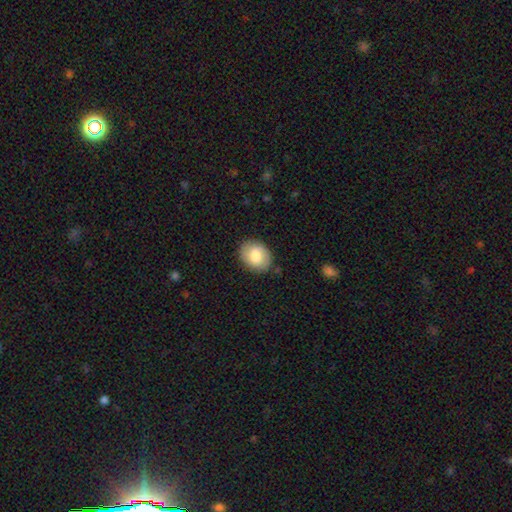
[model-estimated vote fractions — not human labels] Overall: smooth (74%). How rounded: in between (63%; round 36%). Merging: none (84%).